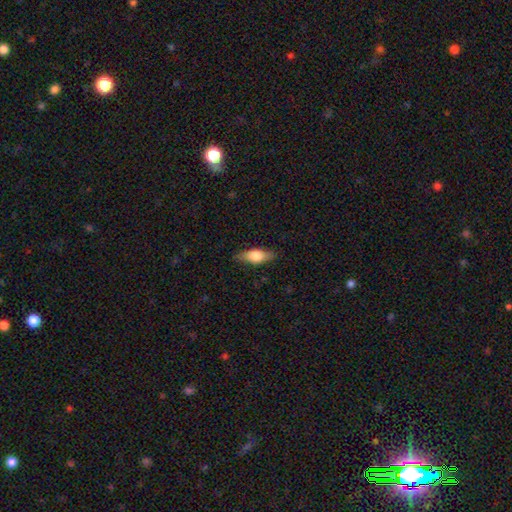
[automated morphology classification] smooth 66%, featured or disk 28%, star or artifact 6%. Down the decision tree: how rounded — in between (68%); merging — none (84%).